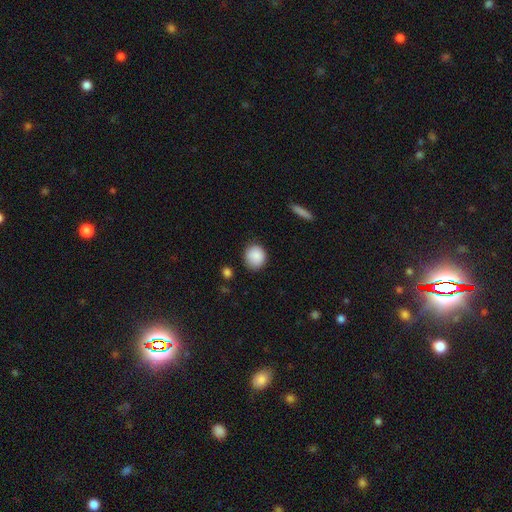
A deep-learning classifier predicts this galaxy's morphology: smooth-or-featured: smooth: 88% | star or artifact: 8% | featured or disk: 4%
  how-rounded: round: 80% | in between: 19% | cigar-shaped: 1%
  merging: none: 84% | minor disturbance: 12% | major disturbance: 3% | merger: 2%